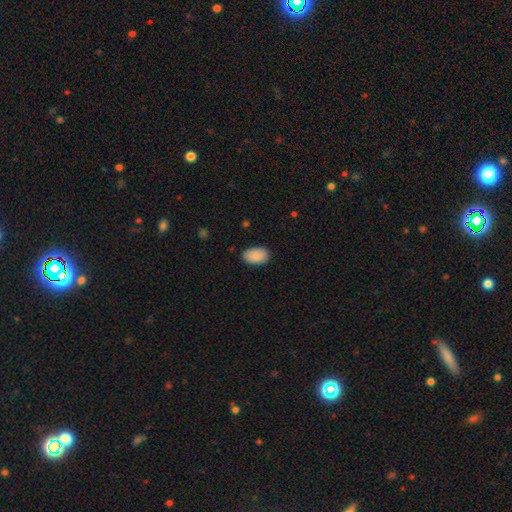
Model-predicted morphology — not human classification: Overall: smooth (90%). How rounded: in between (93%). Merging: none (85%).